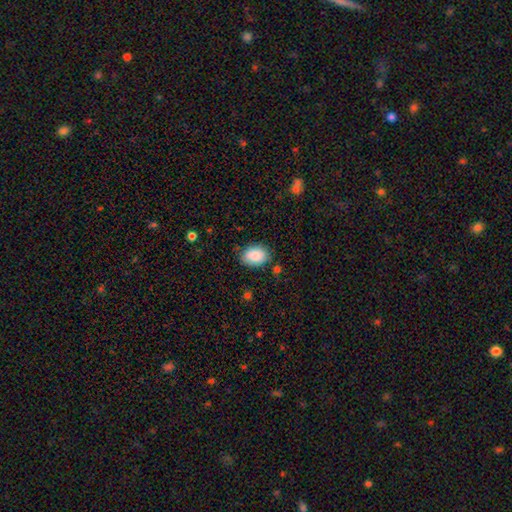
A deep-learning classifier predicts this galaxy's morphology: Overall: smooth (89%). How rounded: in between (79%). Merging: none (82%).